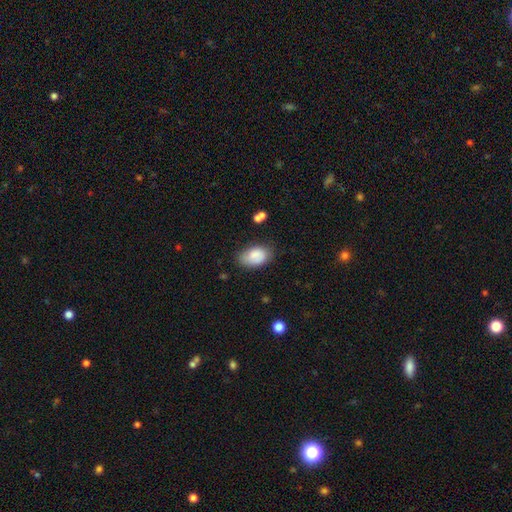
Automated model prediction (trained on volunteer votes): A smooth galaxy with no disk features (83%) that is in between round and cigar-shaped (91%). Merging: none (66%).